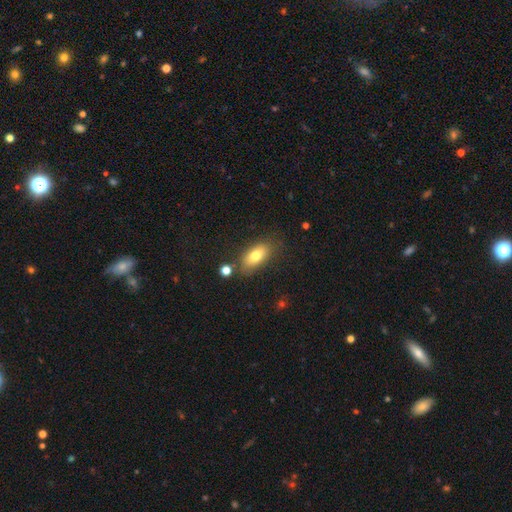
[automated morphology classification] Smooth or featured? smooth (75%)
How rounded? in between (86%)
Merging? none (77%)